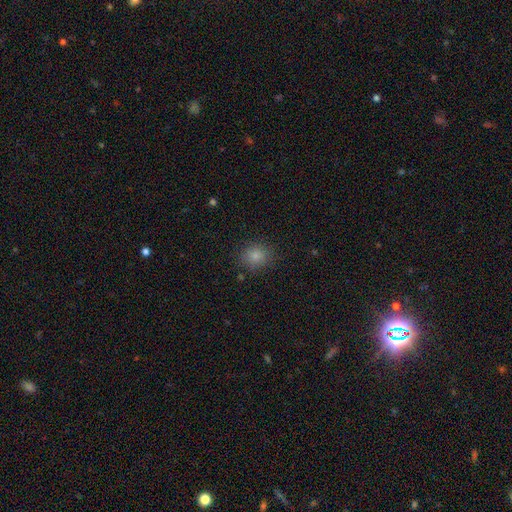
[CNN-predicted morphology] This appears to be a smooth galaxy with no disk features (84%) that is round (69%). Merging: none (84%).